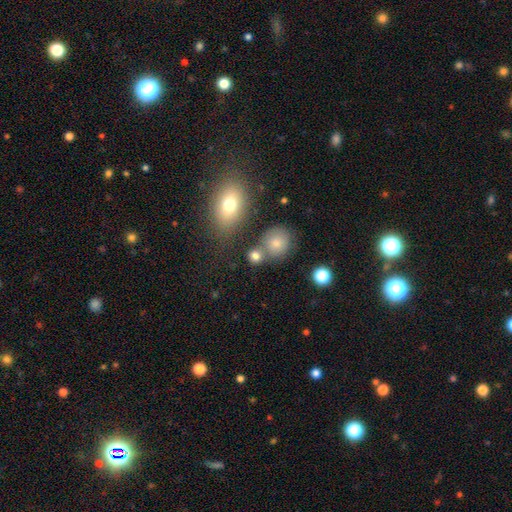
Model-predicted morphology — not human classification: smooth 79%, star or artifact 13%, featured or disk 8%. Down the decision tree: how rounded — round (76%); merging — none (59%).